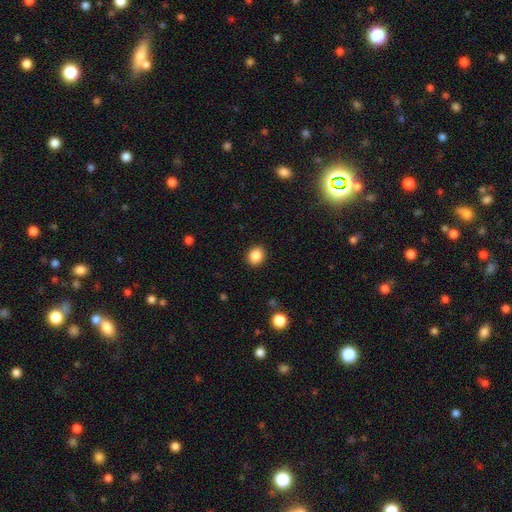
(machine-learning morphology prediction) smooth 87%, star or artifact 10%, featured or disk 4%. Down the decision tree: how rounded — round (70%); merging — none (90%).